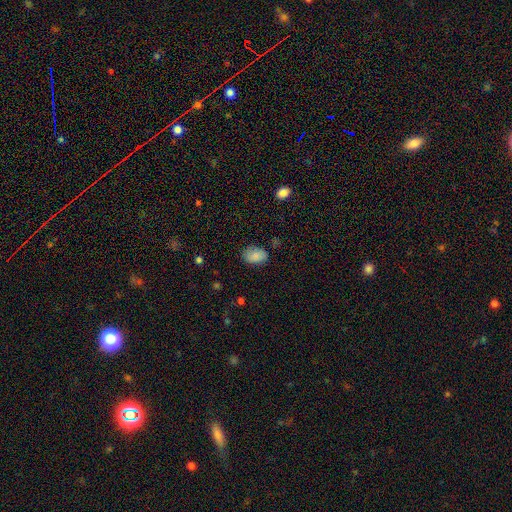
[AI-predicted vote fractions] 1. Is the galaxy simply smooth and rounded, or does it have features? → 86% smooth, 8% star or artifact, 6% featured or disk.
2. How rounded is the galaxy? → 87% in between, 12% round, 1% cigar-shaped.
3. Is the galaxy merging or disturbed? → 77% none, 17% minor disturbance, 4% major disturbance, 2% merger.